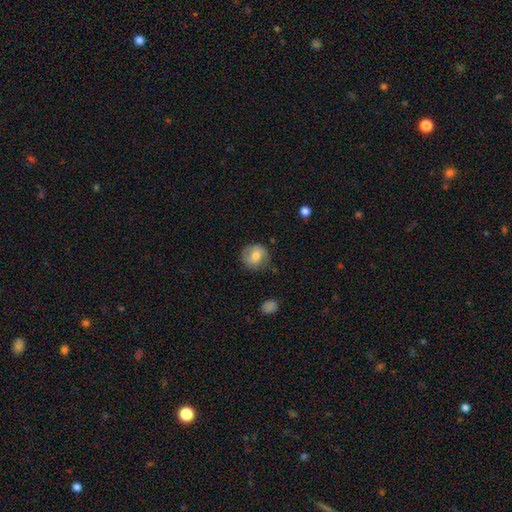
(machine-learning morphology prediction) Q: Smooth or featured?
A: smooth (69%); runner-up: featured or disk (23%)
Q: How rounded?
A: round (85%); runner-up: in between (14%)
Q: Merging?
A: none (75%); runner-up: minor disturbance (19%)